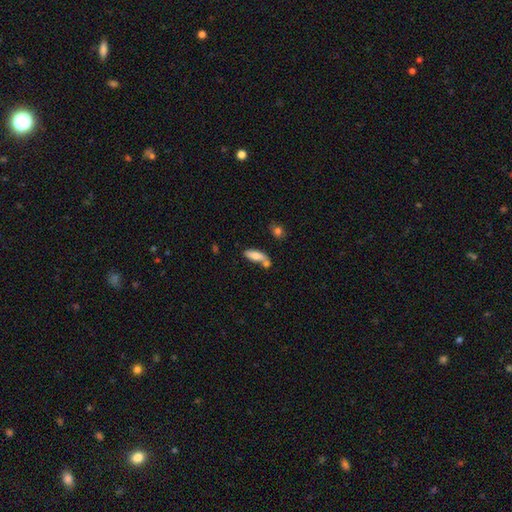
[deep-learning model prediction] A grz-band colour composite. It shows a smooth galaxy with no disk features (76%) that is in between round and cigar-shaped (66%). Merging: none (47%).